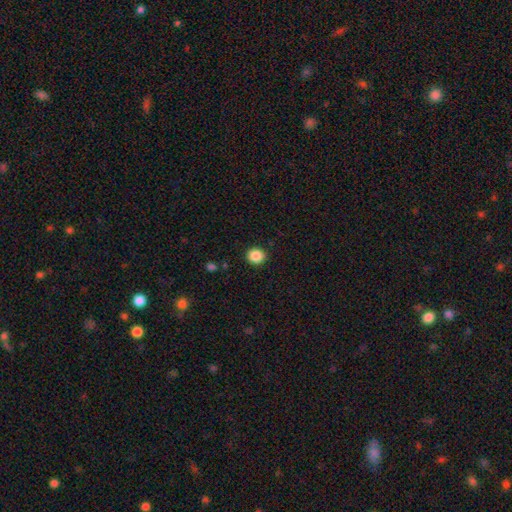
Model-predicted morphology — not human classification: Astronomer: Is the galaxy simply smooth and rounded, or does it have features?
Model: smooth — 87%.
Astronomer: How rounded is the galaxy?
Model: round — 86%.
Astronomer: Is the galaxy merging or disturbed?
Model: none — 92%.